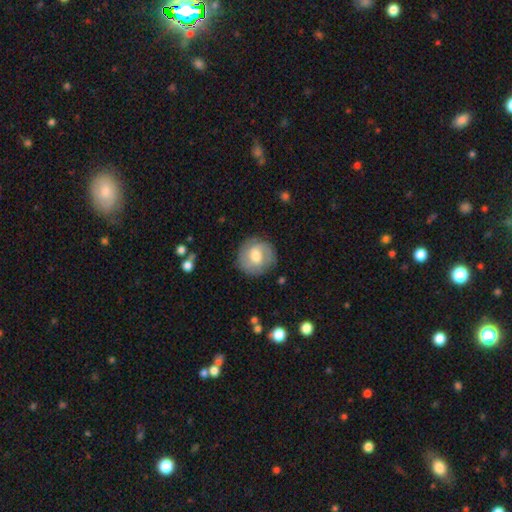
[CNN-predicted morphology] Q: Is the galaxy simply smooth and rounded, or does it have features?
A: smooth — 52%.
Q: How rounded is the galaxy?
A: round — 89%.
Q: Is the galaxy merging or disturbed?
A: none — 83%.